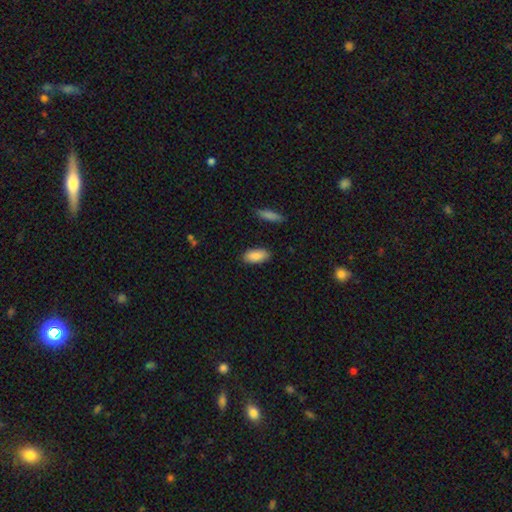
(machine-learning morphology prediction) Smooth or featured?
  - smooth: 88% *
  - star or artifact: 6%
  - featured or disk: 6%
How rounded?
  - in between: 88% *
  - cigar-shaped: 9%
  - round: 2%
Merging?
  - none: 85% *
  - minor disturbance: 11%
  - major disturbance: 2%
  - merger: 2%